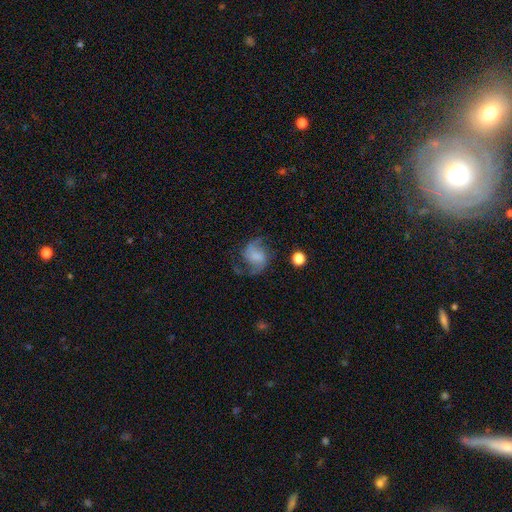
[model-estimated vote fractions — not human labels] Morphology: type=featured or disk (65%); edge-on=no (98%); bar=no (47%); spiral arms=yes (90%); winding=loose (52%); arm count=2 (84%); bulge=none (44%); merging=none (56%).